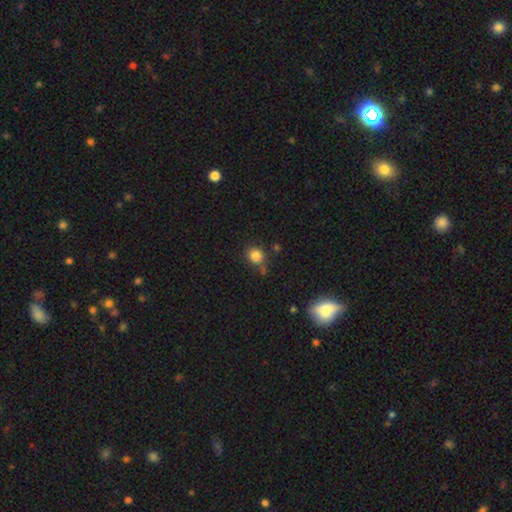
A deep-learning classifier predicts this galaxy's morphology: Q: Smooth or featured?
A: smooth (83%); runner-up: star or artifact (12%)
Q: How rounded?
A: round (84%); runner-up: in between (15%)
Q: Merging?
A: none (71%); runner-up: minor disturbance (15%)